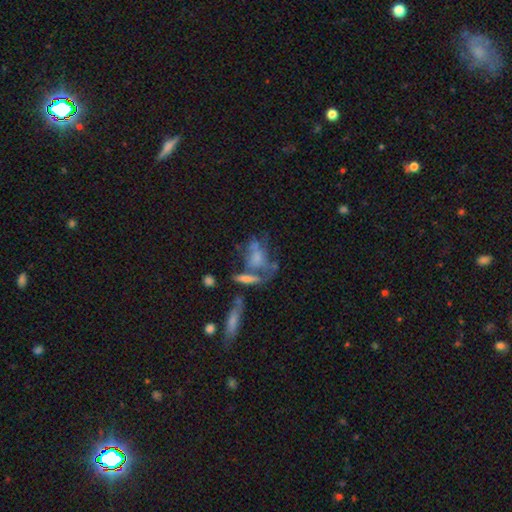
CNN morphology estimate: A smooth galaxy with no disk features (48%).

Vote fractions:
- Smooth or featured? smooth: 48% / featured or disk: 40% / star or artifact: 12%
- Merging? merger: 32% / none: 28% / major disturbance: 22% / minor disturbance: 17%